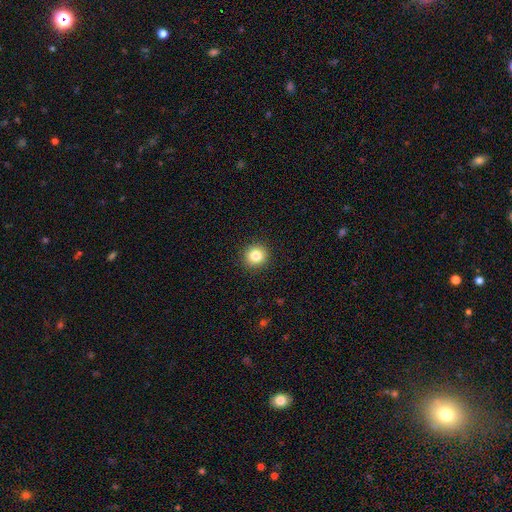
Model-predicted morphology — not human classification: Q: Smooth or featured?
A: smooth (84%); runner-up: star or artifact (10%)
Q: How rounded?
A: round (91%); runner-up: in between (8%)
Q: Merging?
A: none (92%); runner-up: minor disturbance (5%)